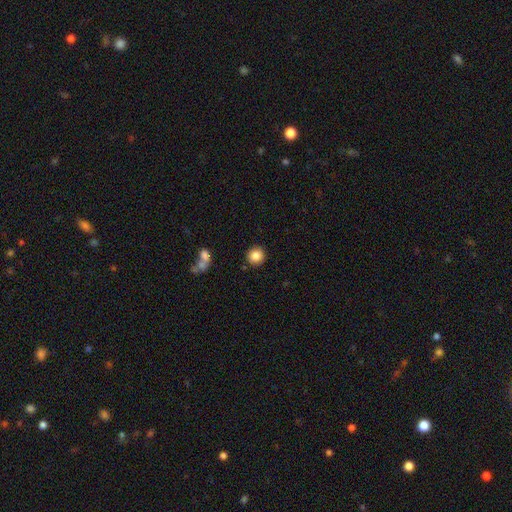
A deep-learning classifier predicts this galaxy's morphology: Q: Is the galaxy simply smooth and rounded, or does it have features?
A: smooth — 84%.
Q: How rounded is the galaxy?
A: round — 91%.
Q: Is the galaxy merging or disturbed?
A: none — 88%.